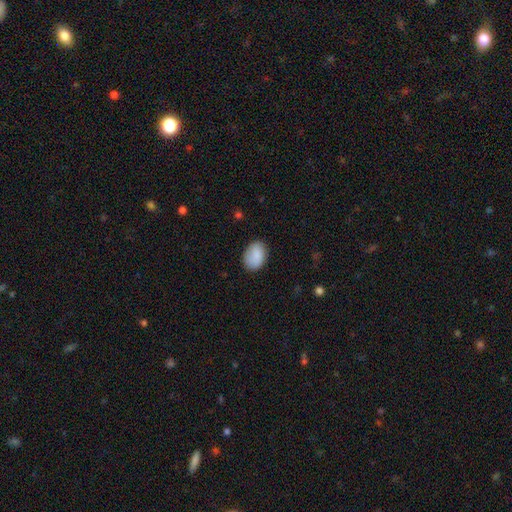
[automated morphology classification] Q: Smooth or featured?
A: smooth (87%); runner-up: star or artifact (7%)
Q: How rounded?
A: in between (82%); runner-up: round (17%)
Q: Merging?
A: none (80%); runner-up: minor disturbance (15%)